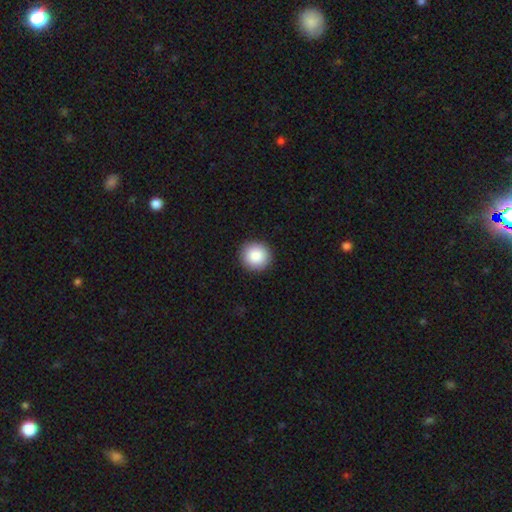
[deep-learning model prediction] Morphology: type=smooth (88%); roundness=round (94%); merging=none (93%).